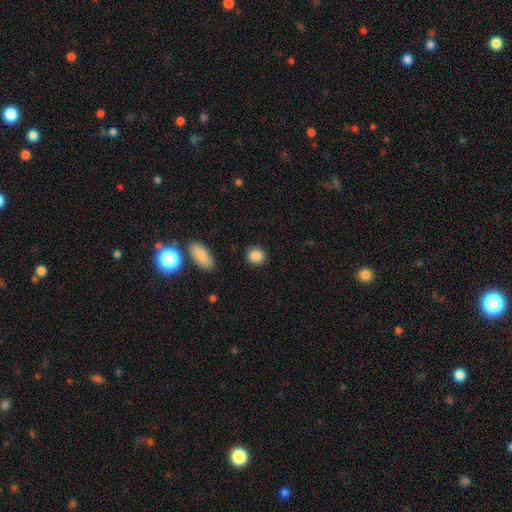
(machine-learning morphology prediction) smooth-or-featured: smooth: 88% | star or artifact: 8% | featured or disk: 4%
  how-rounded: round: 73% | in between: 26% | cigar-shaped: 2%
  merging: none: 88% | minor disturbance: 8% | major disturbance: 2% | merger: 2%